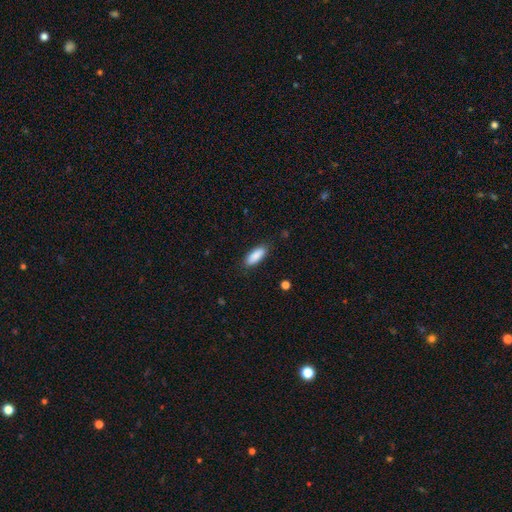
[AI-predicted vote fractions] A smooth galaxy with no disk features (88%) that is in between round and cigar-shaped (76%). Merging: none (86%).